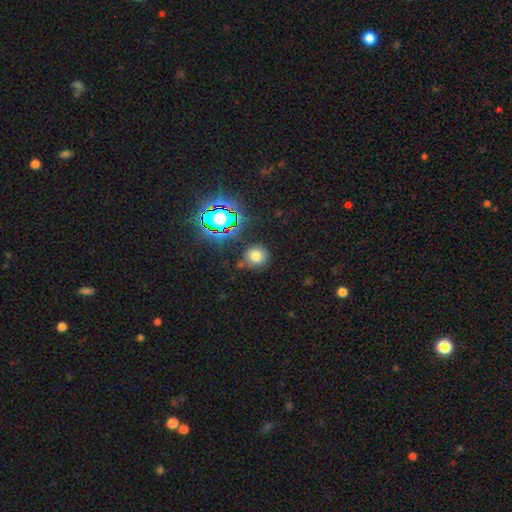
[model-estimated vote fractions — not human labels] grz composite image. It shows a smooth galaxy with no disk features (70%) that is round (84%). Merging: none (76%).